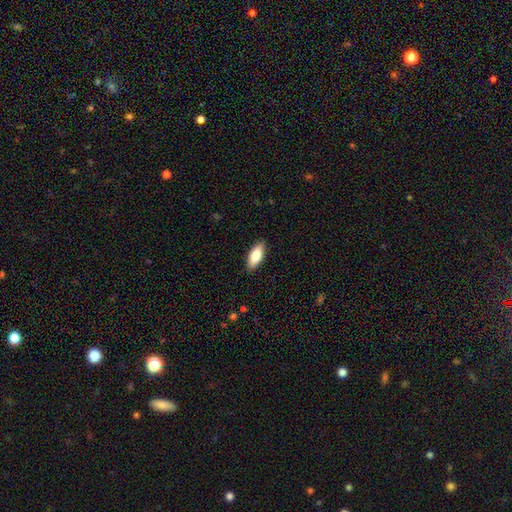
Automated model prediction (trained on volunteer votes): The model was most divided on "how rounded": in between: 78%, cigar-shaped: 20%, round: 2%. More confident: merging — none (89%); smooth or featured — smooth (78%).